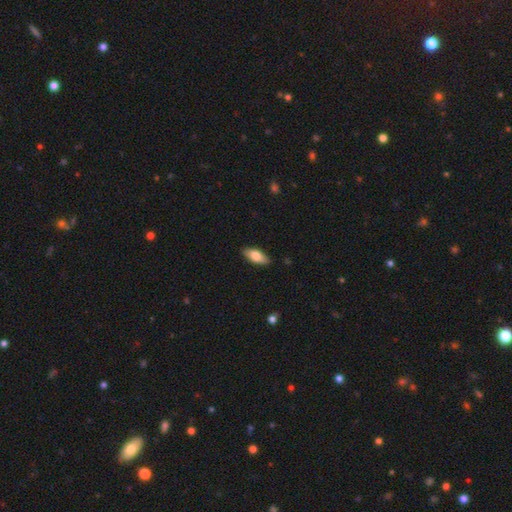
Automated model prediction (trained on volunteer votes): Smooth or featured?
  - smooth: 76% *
  - featured or disk: 18%
  - star or artifact: 6%
How rounded?
  - in between: 82% *
  - cigar-shaped: 16%
  - round: 2%
Merging?
  - none: 86% *
  - minor disturbance: 11%
  - major disturbance: 2%
  - merger: 1%